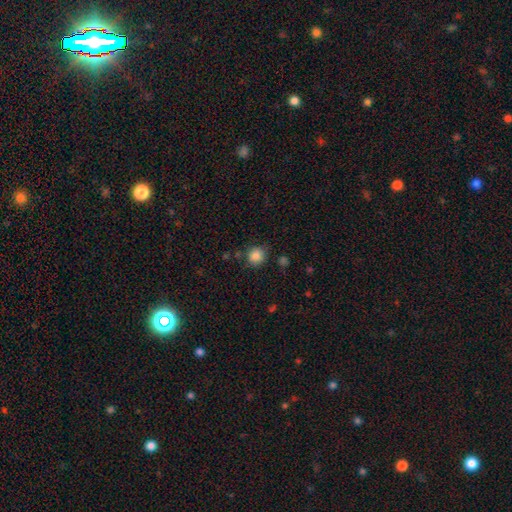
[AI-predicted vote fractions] smooth 86%, star or artifact 10%, featured or disk 4%. Down the decision tree: how rounded — round (87%); merging — none (80%).